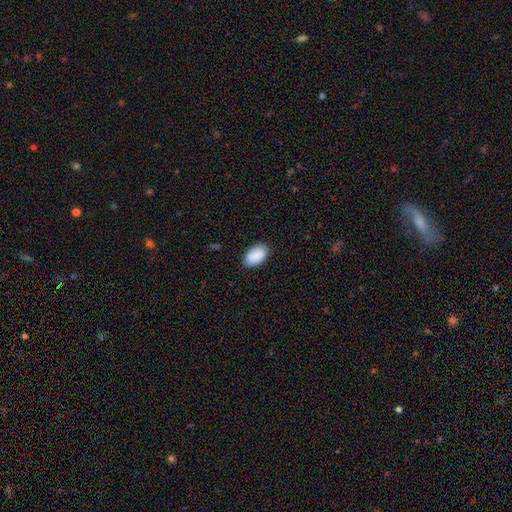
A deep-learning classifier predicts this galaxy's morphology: Smooth or featured? Predicted: smooth (p=0.90). How rounded? Predicted: in between (p=0.94). Merging? Predicted: none (p=0.85).